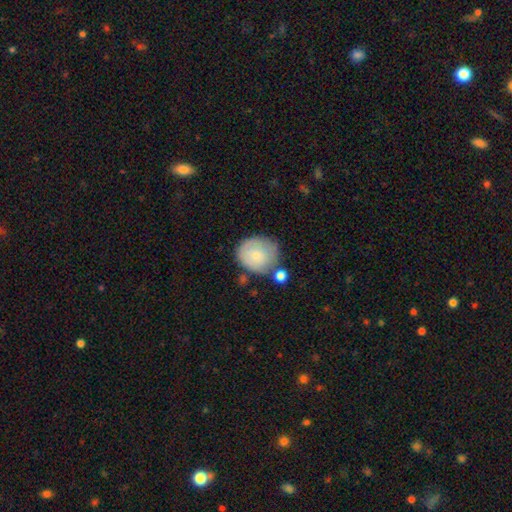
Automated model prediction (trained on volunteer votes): Morphology: type=smooth (73%); roundness=round (75%); merging=none (57%).